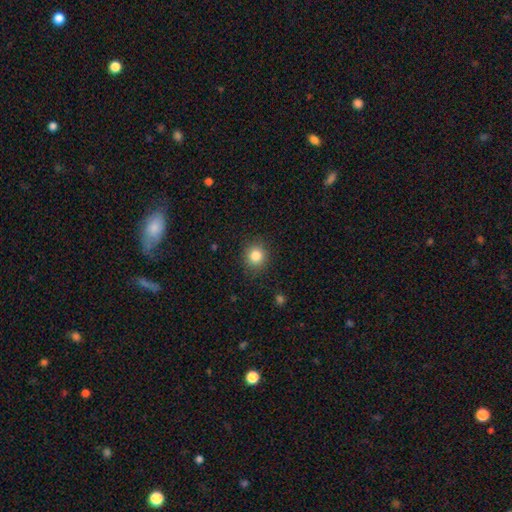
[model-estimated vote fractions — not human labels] This is clearly a smooth galaxy (84%). How rounded: clearly round (85%). Merging: clearly none (87%).